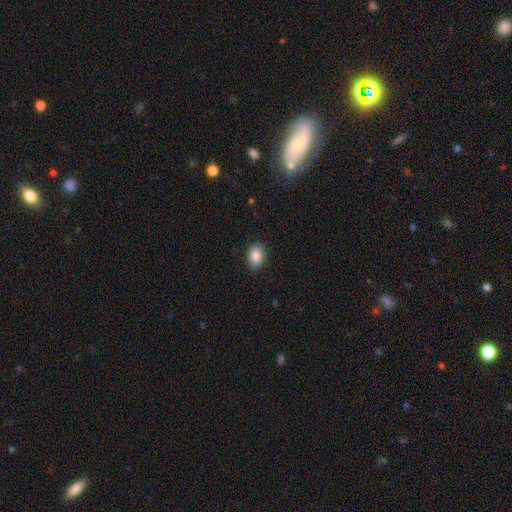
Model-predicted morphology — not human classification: type=smooth (87%); roundness=in between (81%); merging=none (85%).